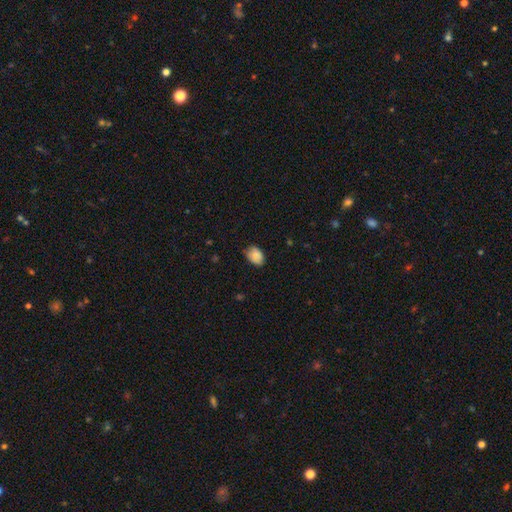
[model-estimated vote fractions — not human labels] smooth-or-featured: smooth: 85% | star or artifact: 8% | featured or disk: 8%
  how-rounded: in between: 76% | round: 23% | cigar-shaped: 1%
  merging: none: 71% | minor disturbance: 24% | major disturbance: 4% | merger: 1%